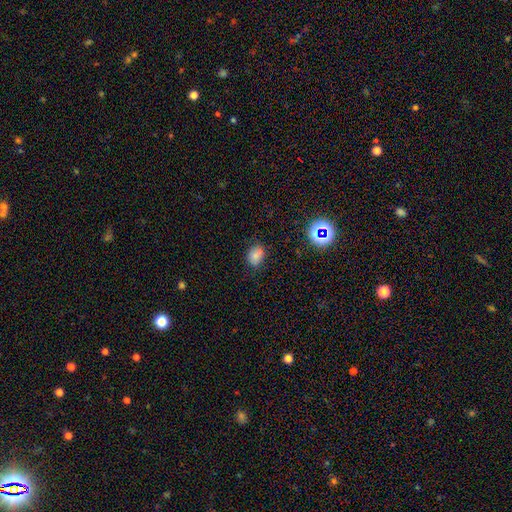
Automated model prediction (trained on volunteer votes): smooth-or-featured: smooth: 75% | star or artifact: 16% | featured or disk: 10%
  how-rounded: in between: 63% | round: 36% | cigar-shaped: 1%
  merging: none: 73% | minor disturbance: 18% | major disturbance: 4% | merger: 4%